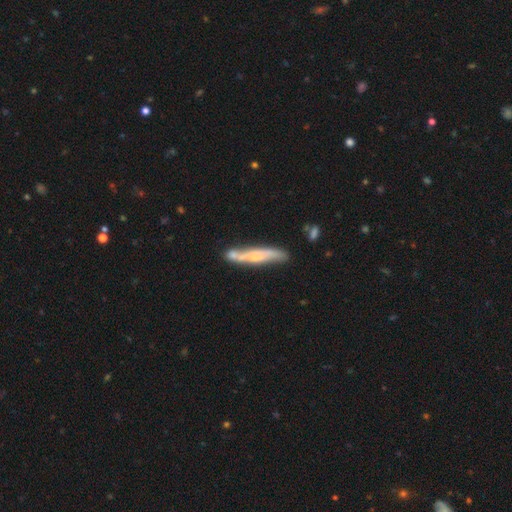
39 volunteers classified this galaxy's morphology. Q: Smooth or featured?
A: featured or disk (67%); runner-up: smooth (28%)
Q: Edge-on disk?
A: yes (85%); runner-up: no (15%)
Q: Edge-on bulge?
A: rounded (55%); runner-up: none (32%)
Q: Merging?
A: none (62%); runner-up: minor disturbance (16%)